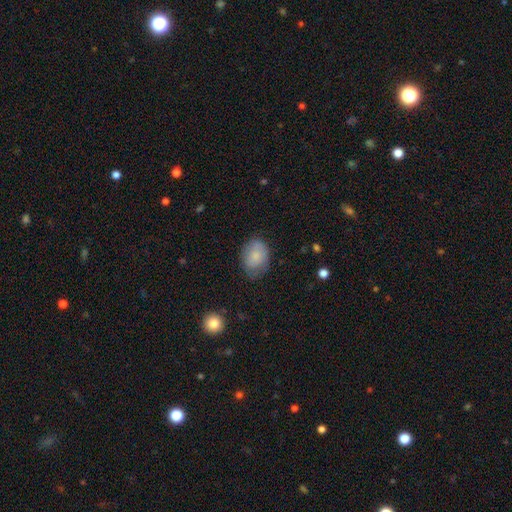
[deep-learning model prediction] A smooth galaxy with no disk features (76%) that is in between round and cigar-shaped (75%).

Vote fractions:
- Smooth or featured? smooth: 76% / featured or disk: 16% / star or artifact: 7%
- How rounded? in between: 75% / round: 24% / cigar-shaped: 1%
- Merging? none: 65% / minor disturbance: 26% / major disturbance: 7% / merger: 2%